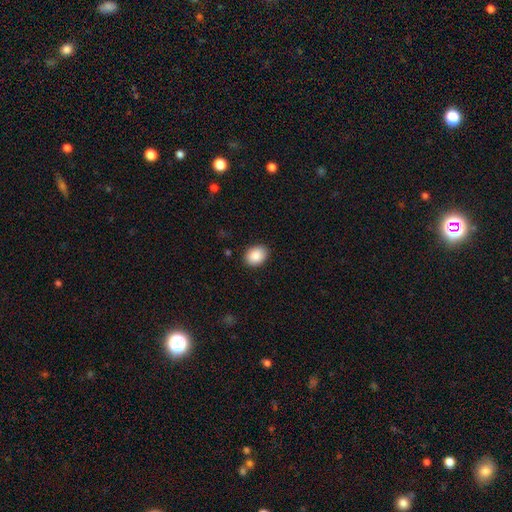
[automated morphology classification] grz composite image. It shows a smooth galaxy with no disk features (89%) that is in between round and cigar-shaped (67%). Merging: none (89%).